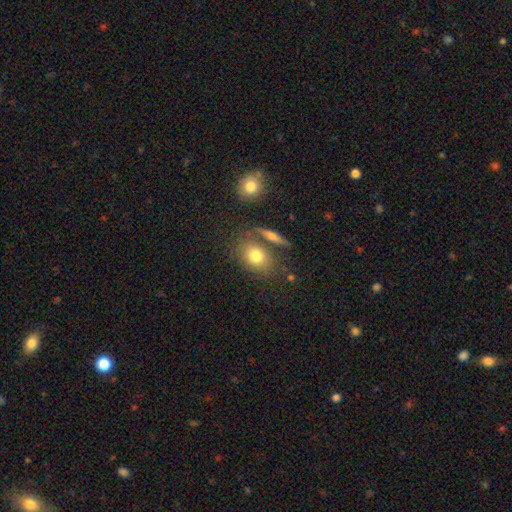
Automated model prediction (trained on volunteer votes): The model was most divided on "how rounded": in between: 56%, round: 41%, cigar-shaped: 3%. More confident: smooth or featured — smooth (75%); merging — none (64%).